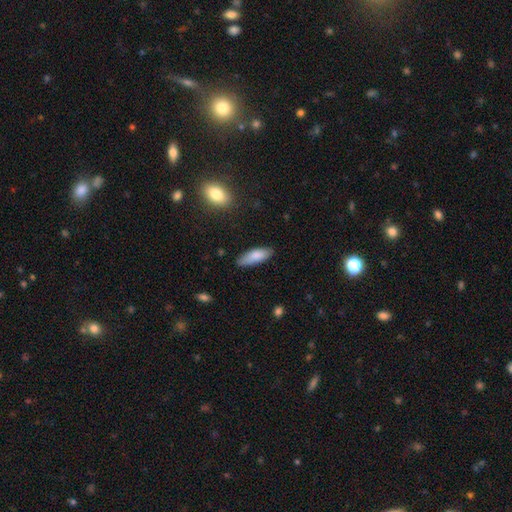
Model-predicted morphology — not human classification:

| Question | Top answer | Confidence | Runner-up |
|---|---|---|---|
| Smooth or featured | smooth | 84% | featured or disk (10%) |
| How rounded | in between | 58% | cigar-shaped (40%) |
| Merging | none | 82% | minor disturbance (14%) |